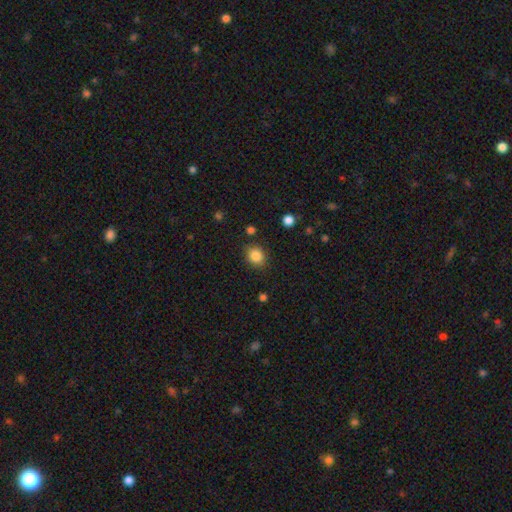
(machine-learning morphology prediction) This appears to be a smooth galaxy with no disk features (85%) that is round (69%). Merging: none (84%).